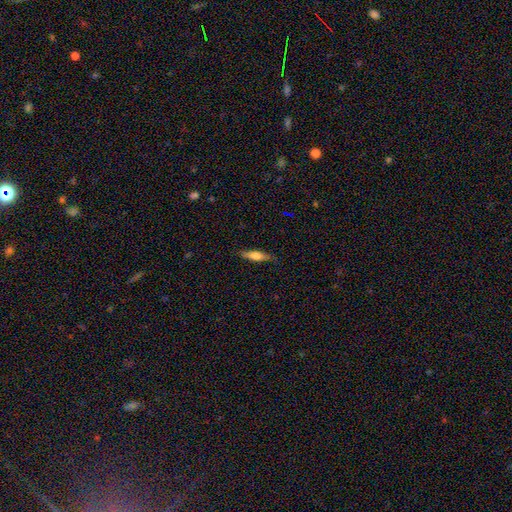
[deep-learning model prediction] Smooth or featured?
  - smooth: 63% *
  - featured or disk: 31%
  - star or artifact: 7%
How rounded?
  - cigar-shaped: 69% *
  - in between: 29%
  - round: 2%
Merging?
  - none: 81% *
  - minor disturbance: 15%
  - major disturbance: 3%
  - merger: 1%